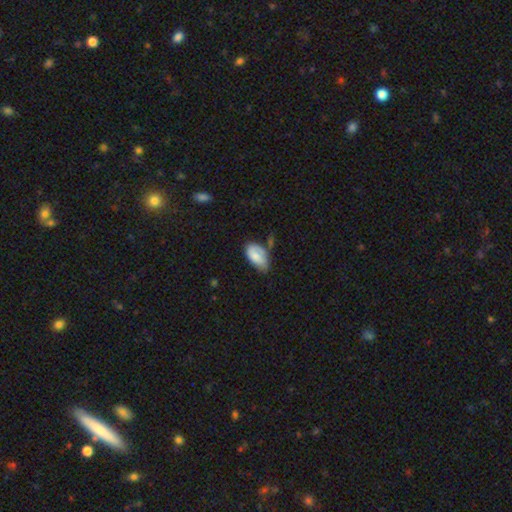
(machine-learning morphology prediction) smooth-or-featured: smooth: 74% | featured or disk: 19% | star or artifact: 7%
  how-rounded: in between: 94% | round: 4% | cigar-shaped: 2%
  merging: none: 45% | minor disturbance: 36% | major disturbance: 10% | merger: 9%